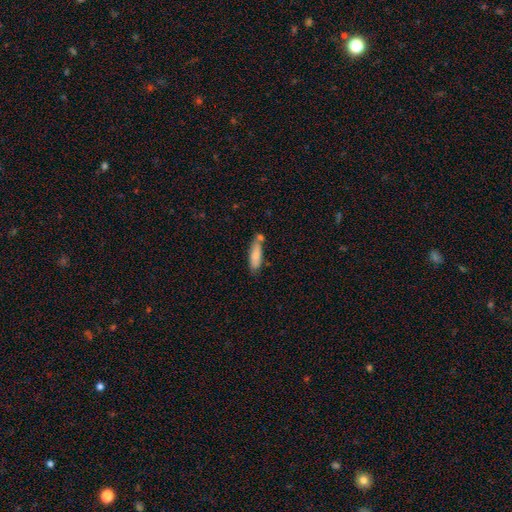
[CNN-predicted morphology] smooth_or_featured: smooth (p=0.78) [alt: featured or disk p=0.16]
how_rounded: cigar-shaped (p=0.53) [alt: in between p=0.45]
merging: none (p=0.57) [alt: merger p=0.21]